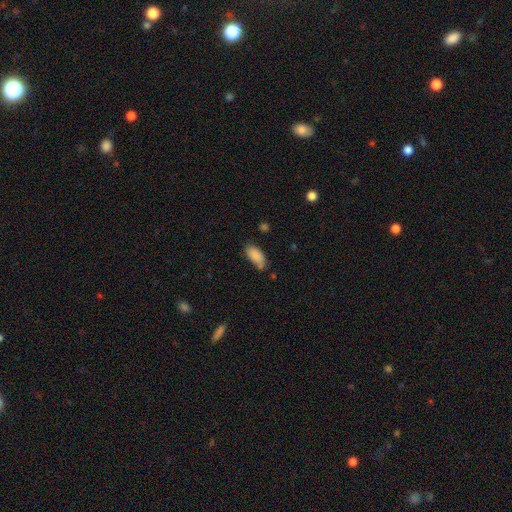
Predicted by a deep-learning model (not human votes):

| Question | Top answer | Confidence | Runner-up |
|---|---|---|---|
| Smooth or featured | smooth | 87% | star or artifact (8%) |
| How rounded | in between | 90% | cigar-shaped (7%) |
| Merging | none | 61% | minor disturbance (25%) |